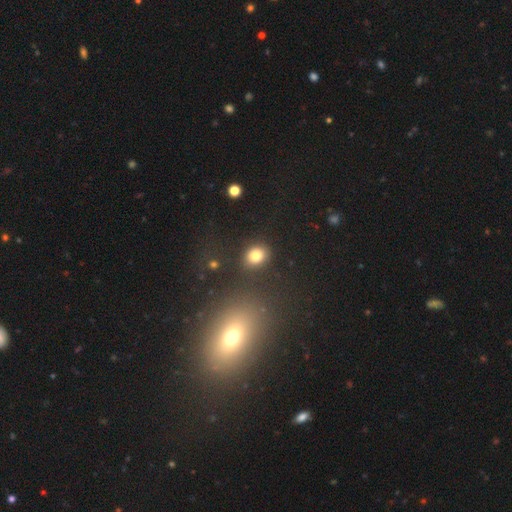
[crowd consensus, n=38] Smooth or featured?
  - smooth: 95% *
  - featured or disk: 3%
  - star or artifact: 3%
How rounded?
  - round: 67% *
  - in between: 33%
  - cigar-shaped: 0%
Merging?
  - none: 76% *
  - minor disturbance: 16%
  - merger: 8%
  - major disturbance: 0%